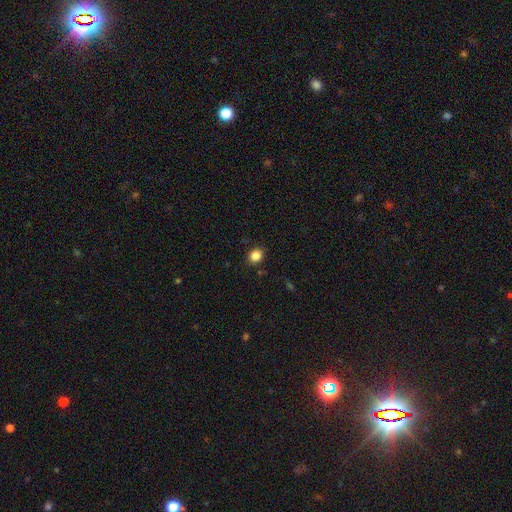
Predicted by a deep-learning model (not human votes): smooth_or_featured: smooth (p=0.85) [alt: star or artifact p=0.11]
how_rounded: round (p=0.67) [alt: in between p=0.32]
merging: none (p=0.87) [alt: minor disturbance p=0.09]